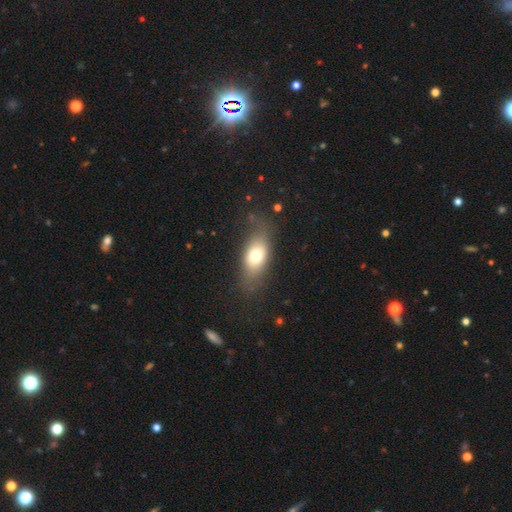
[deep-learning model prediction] Smooth or featured: smooth — 70% (featured or disk — 21%)
How rounded: in between — 80% (round — 11%)
Merging: none — 70% (minor disturbance — 19%)